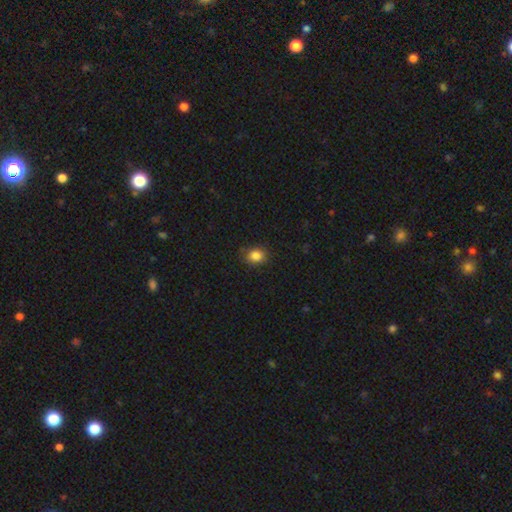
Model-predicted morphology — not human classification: A smooth galaxy with no disk features (85%) that is round (65%).

Vote fractions:
- Smooth or featured? smooth: 85% / star or artifact: 11% / featured or disk: 4%
- How rounded? round: 65% / in between: 34% / cigar-shaped: 1%
- Merging? none: 86% / minor disturbance: 10% / major disturbance: 2% / merger: 1%